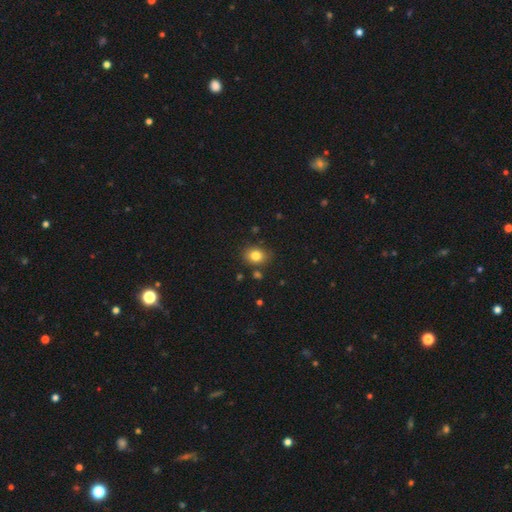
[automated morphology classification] Smooth or featured?
  - smooth: 82% *
  - star or artifact: 11%
  - featured or disk: 8%
How rounded?
  - in between: 50% *
  - round: 49%
  - cigar-shaped: 1%
Merging?
  - none: 80% *
  - minor disturbance: 13%
  - merger: 4%
  - major disturbance: 3%